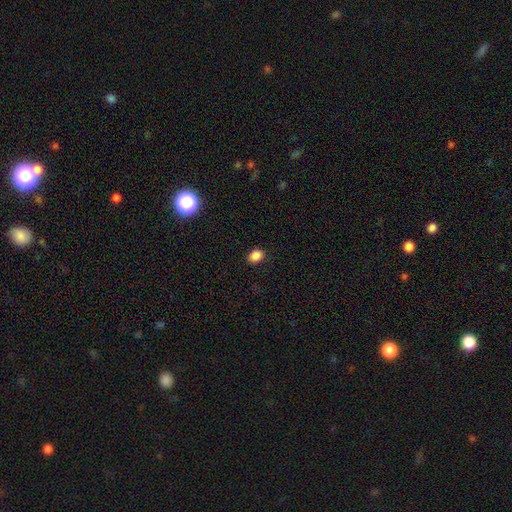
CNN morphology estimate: A smooth galaxy with no disk features (86%) that is in between round and cigar-shaped (64%).

Vote fractions:
- Smooth or featured? smooth: 86% / star or artifact: 10% / featured or disk: 3%
- How rounded? in between: 64% / round: 35% / cigar-shaped: 1%
- Merging? none: 88% / minor disturbance: 9% / major disturbance: 2% / merger: 1%